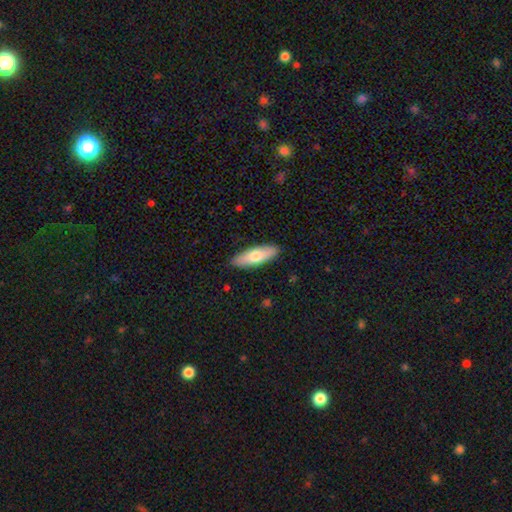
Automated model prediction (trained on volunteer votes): Q: Smooth or featured?
A: smooth (70%); runner-up: featured or disk (24%)
Q: How rounded?
A: in between (55%); runner-up: cigar-shaped (43%)
Q: Merging?
A: none (89%); runner-up: minor disturbance (9%)